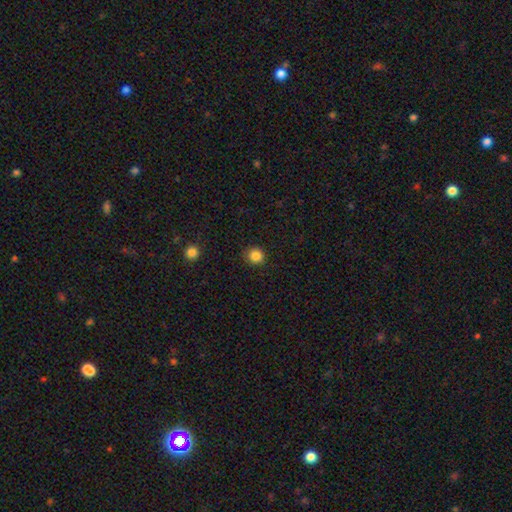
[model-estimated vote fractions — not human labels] Smooth or featured? Predicted: smooth (p=0.85). How rounded? Predicted: round (p=0.91). Merging? Predicted: none (p=0.90).